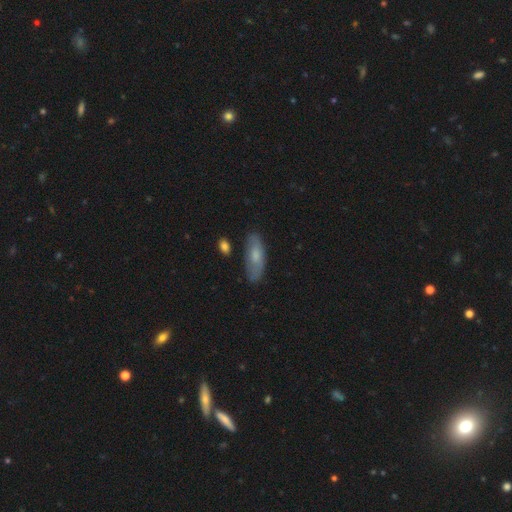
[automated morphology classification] Smooth or featured? smooth (66%)
How rounded? in between (69%)
Merging? none (75%)